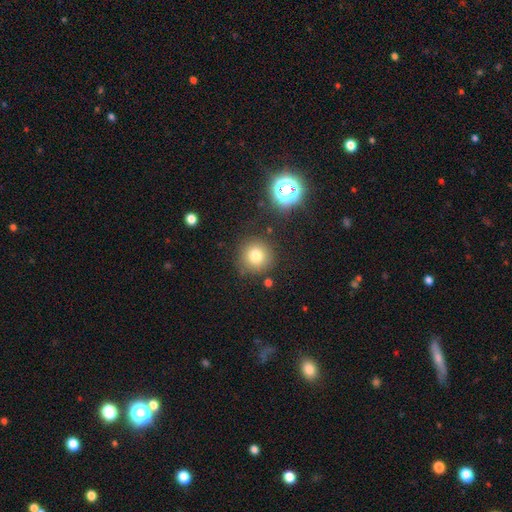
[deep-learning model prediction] Overall: smooth (78%). How rounded: round (93%). Merging: none (83%).